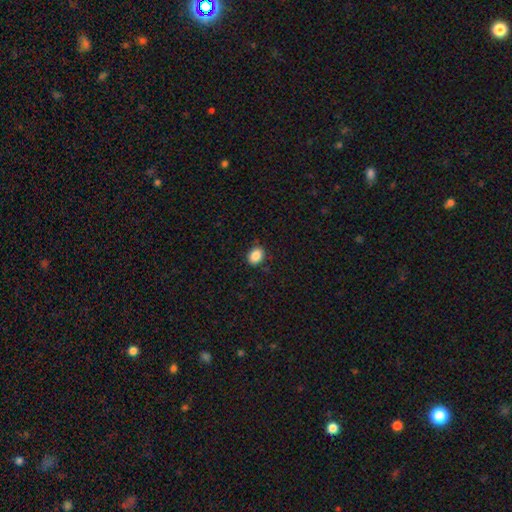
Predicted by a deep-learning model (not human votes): smooth 87%, star or artifact 9%, featured or disk 4%. Down the decision tree: how rounded — in between (61%); merging — none (87%).